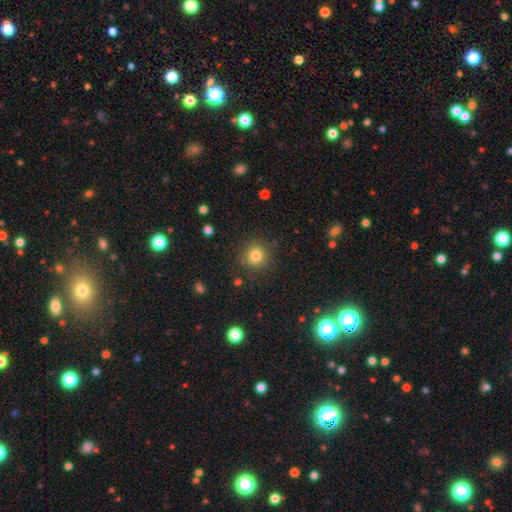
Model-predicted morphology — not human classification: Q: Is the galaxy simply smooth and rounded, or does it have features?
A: smooth — 80%.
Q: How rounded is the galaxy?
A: round — 92%.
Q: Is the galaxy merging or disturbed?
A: none — 85%.